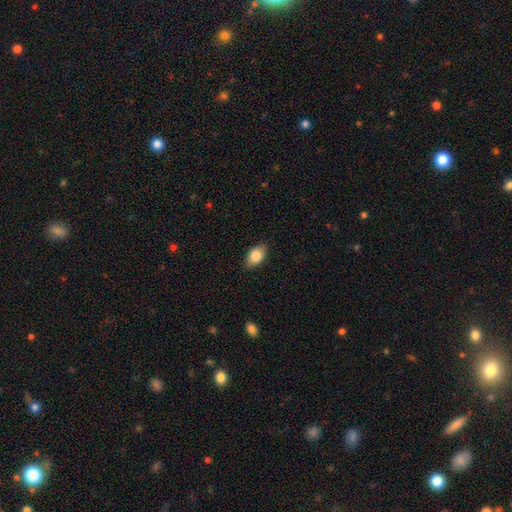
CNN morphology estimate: The model was most divided on "smooth or featured": smooth: 81%, featured or disk: 11%, star or artifact: 7%. More confident: how rounded — in between (88%); merging — none (85%).